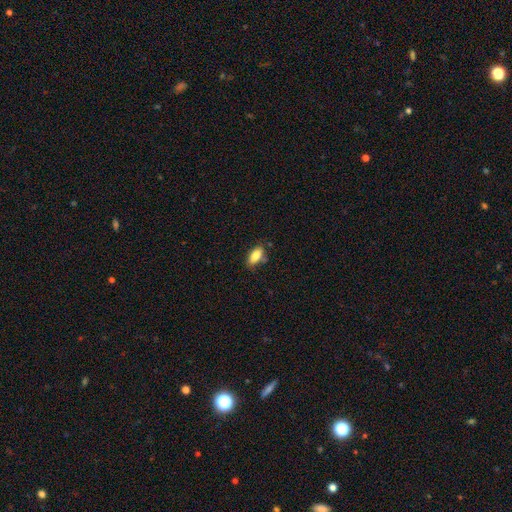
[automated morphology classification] smooth 84%, featured or disk 9%, star or artifact 7%. Down the decision tree: how rounded — in between (86%); merging — none (74%).